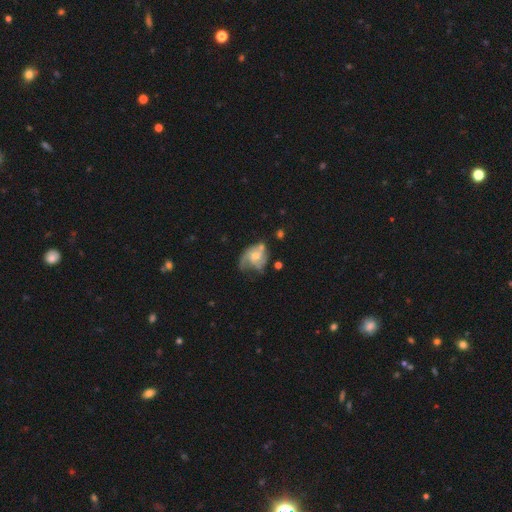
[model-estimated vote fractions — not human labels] This appears to be a featured or disk galaxy (68%) with no bar (69%), 2 (32%) medium (43%) spiral arms (80%) and a moderate central bulge (53%). Merging: none (37%).